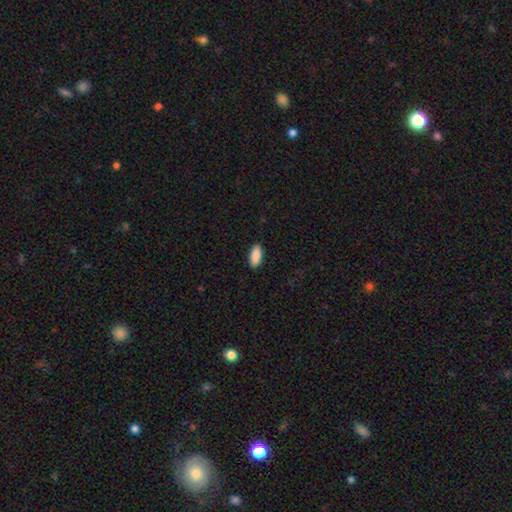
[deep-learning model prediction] This appears to be a smooth galaxy with no disk features (90%) that is in between round and cigar-shaped (86%). Merging: none (90%).